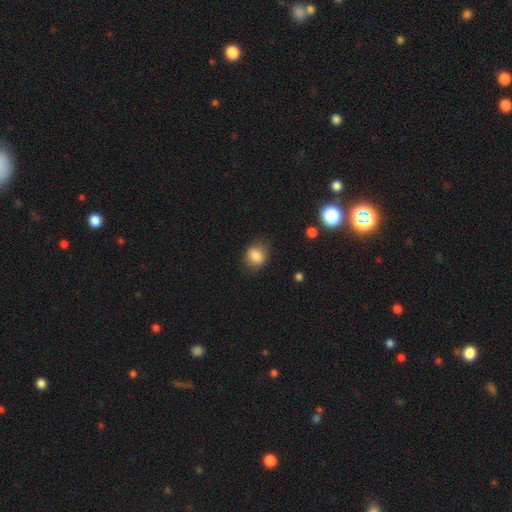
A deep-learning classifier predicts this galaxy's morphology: Overall: smooth (84%). How rounded: round (62%; in between 37%). Merging: none (75%).